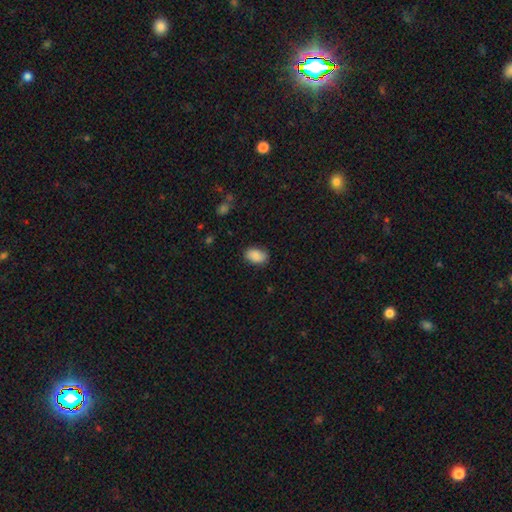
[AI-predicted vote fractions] smooth_or_featured: smooth (p=0.86) [alt: star or artifact p=0.07]
how_rounded: in between (p=0.88) [alt: round p=0.11]
merging: none (p=0.81) [alt: minor disturbance p=0.15]